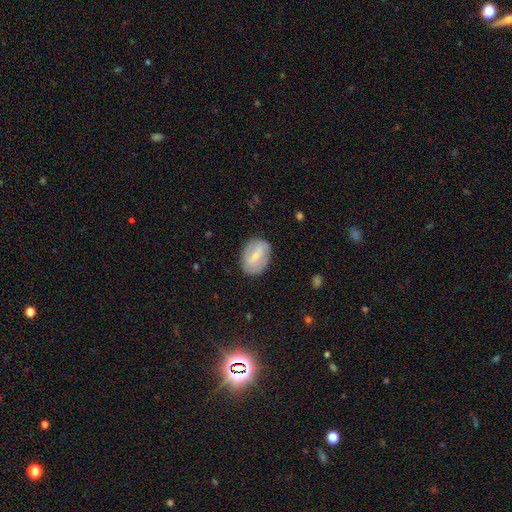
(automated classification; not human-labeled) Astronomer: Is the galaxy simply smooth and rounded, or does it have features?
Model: smooth — 48% (runner-up: featured or disk, 45%).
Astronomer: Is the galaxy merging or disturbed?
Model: none — 77%.